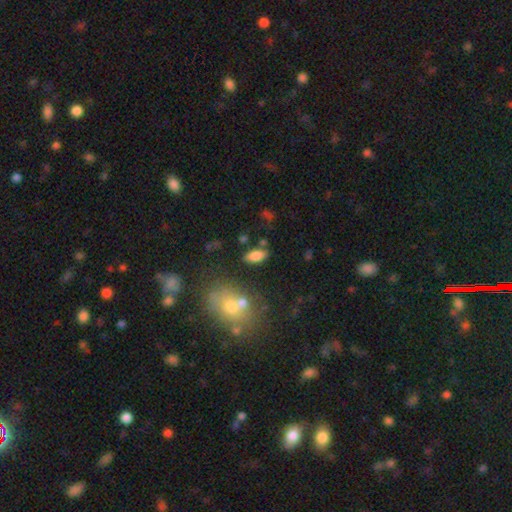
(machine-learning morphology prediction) The model was most divided on "merging": none: 79%, minor disturbance: 11%, merger: 6%, major disturbance: 3%. More confident: how rounded — in between (88%); smooth or featured — smooth (81%).